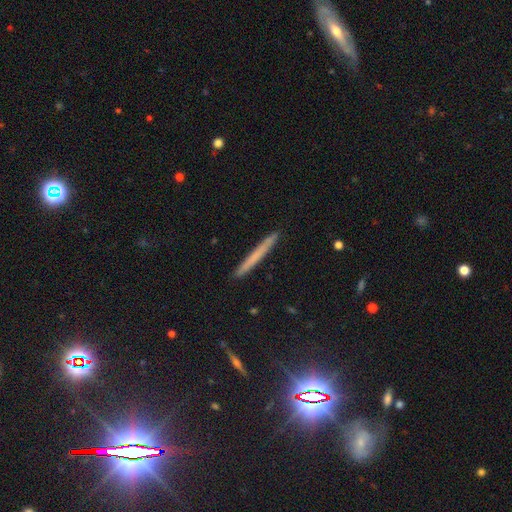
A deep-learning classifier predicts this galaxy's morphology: Smooth or featured? Predicted: smooth (p=0.58). How rounded? Predicted: cigar-shaped (p=0.97). Merging? Predicted: none (p=0.92).